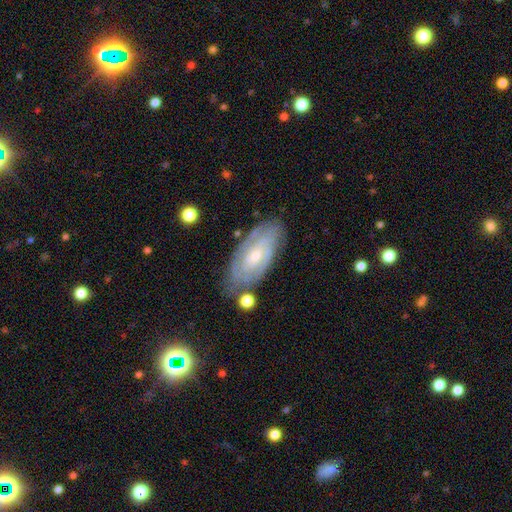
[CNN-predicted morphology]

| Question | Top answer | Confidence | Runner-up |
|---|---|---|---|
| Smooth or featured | featured or disk | 78% | smooth (16%) |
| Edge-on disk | no | 92% | yes (8%) |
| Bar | no | 59% | weak (34%) |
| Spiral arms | yes | 91% | no (9%) |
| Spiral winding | tight | 70% | medium (24%) |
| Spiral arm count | can't tell | 42% | 2 (30%) |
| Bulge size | small | 57% | moderate (37%) |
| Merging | none | 73% | minor disturbance (18%) |